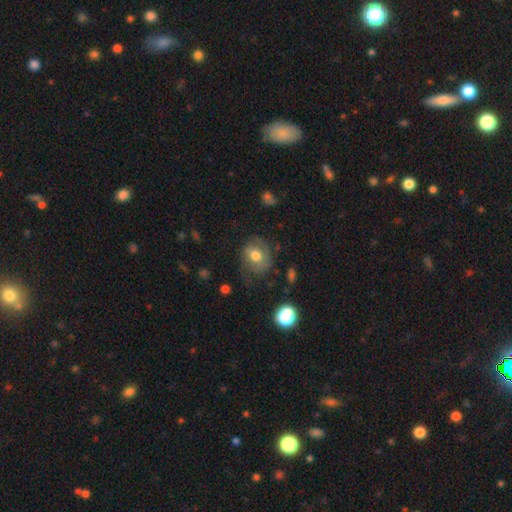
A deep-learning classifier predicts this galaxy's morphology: A smooth galaxy with no disk features (58%) that is round (61%).

Vote fractions:
- Smooth or featured? smooth: 58% / featured or disk: 32% / star or artifact: 9%
- How rounded? round: 61% / in between: 38% / cigar-shaped: 1%
- Merging? none: 58% / minor disturbance: 24% / major disturbance: 17% / merger: 2%